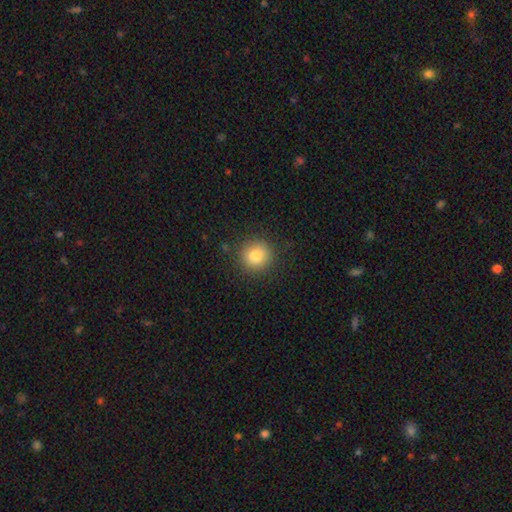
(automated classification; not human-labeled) smooth-or-featured: smooth: 80% | star or artifact: 11% | featured or disk: 8%
  how-rounded: round: 92% | in between: 7% | cigar-shaped: 1%
  merging: none: 89% | minor disturbance: 8% | major disturbance: 3% | merger: 1%